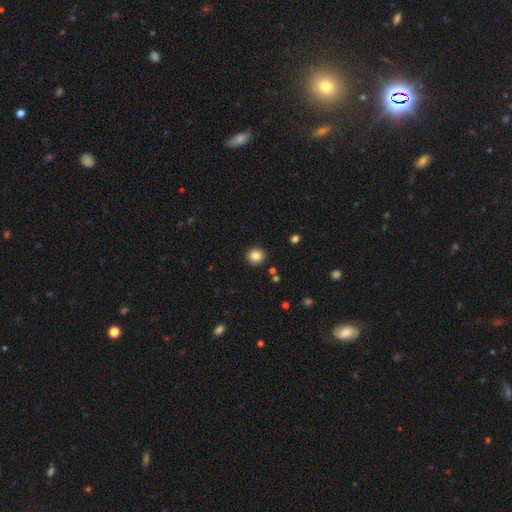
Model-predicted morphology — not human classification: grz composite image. It shows a smooth galaxy with no disk features (84%) that is round (91%). Merging: none (91%).